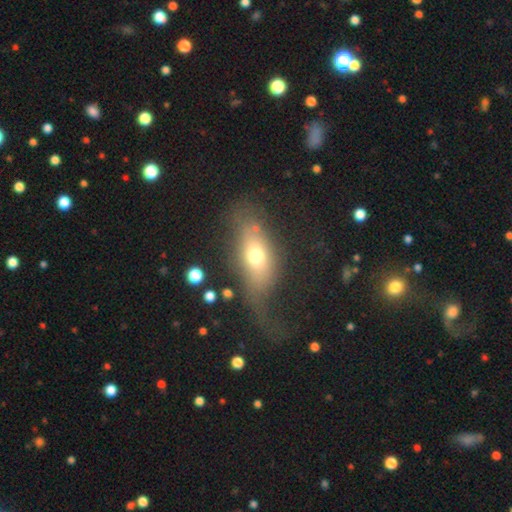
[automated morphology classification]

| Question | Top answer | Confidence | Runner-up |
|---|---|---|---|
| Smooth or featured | smooth | 62% | featured or disk (27%) |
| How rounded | in between | 76% | round (12%) |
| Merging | none | 40% | major disturbance (35%) |